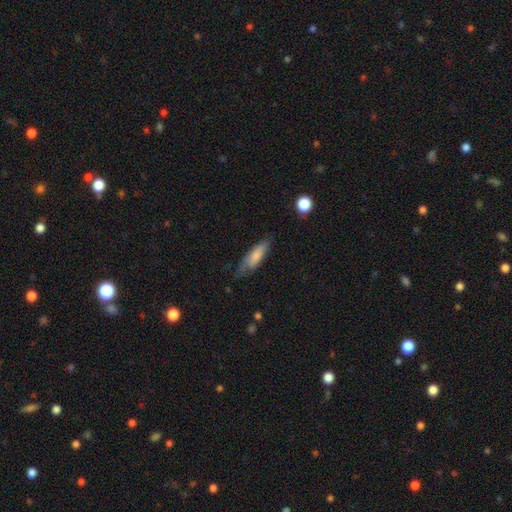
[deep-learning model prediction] The model was most divided on "how rounded": in between: 50%, cigar-shaped: 49%, round: 2%. More confident: smooth or featured — smooth (77%); merging — none (60%).